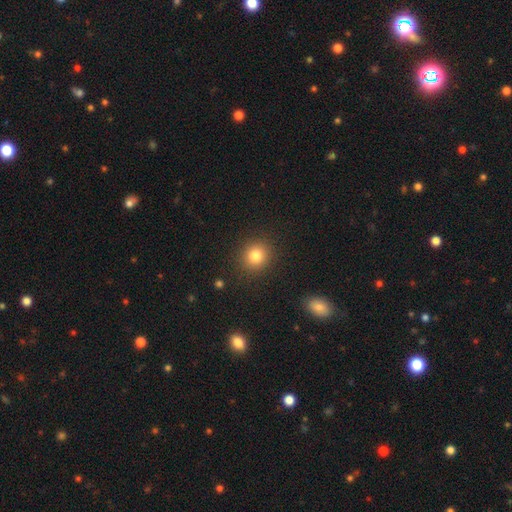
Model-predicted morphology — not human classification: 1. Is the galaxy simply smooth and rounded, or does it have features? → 82% smooth, 12% star or artifact, 6% featured or disk.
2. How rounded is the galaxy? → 87% round, 12% in between, 1% cigar-shaped.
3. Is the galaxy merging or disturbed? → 90% none, 6% minor disturbance, 2% major disturbance, 1% merger.